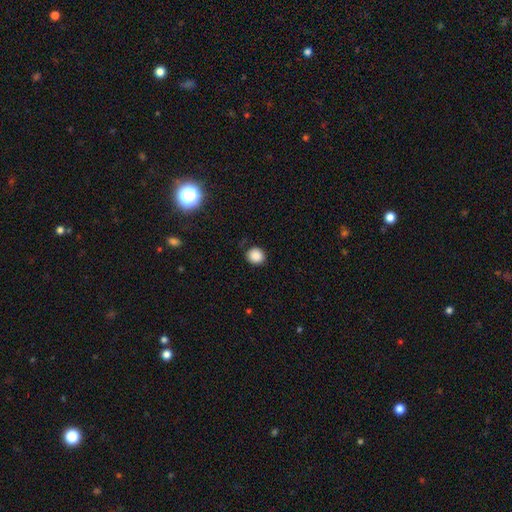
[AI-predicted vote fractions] smooth-or-featured: smooth: 87% | star or artifact: 10% | featured or disk: 3%
  how-rounded: round: 86% | in between: 13% | cigar-shaped: 1%
  merging: none: 86% | minor disturbance: 10% | major disturbance: 3% | merger: 1%